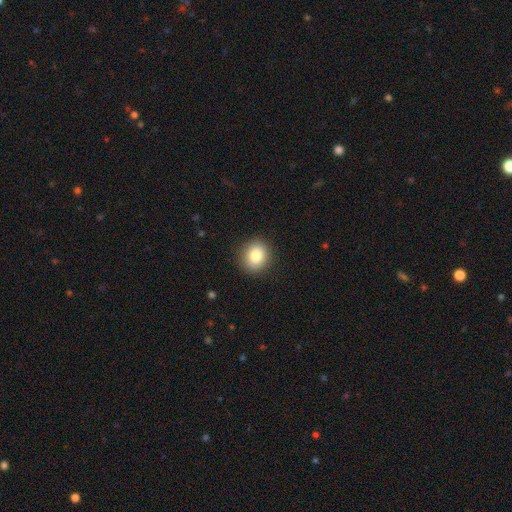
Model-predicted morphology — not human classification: Smooth or featured? Predicted: smooth (p=0.84). How rounded? Predicted: round (p=0.76). Merging? Predicted: none (p=0.89).